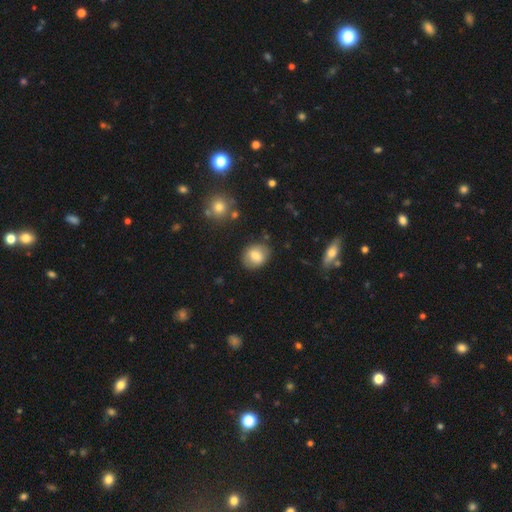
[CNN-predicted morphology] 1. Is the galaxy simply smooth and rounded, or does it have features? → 73% smooth, 19% featured or disk, 8% star or artifact.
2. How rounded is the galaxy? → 64% round, 35% in between, 1% cigar-shaped.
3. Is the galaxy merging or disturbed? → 82% none, 12% minor disturbance, 3% major disturbance, 2% merger.